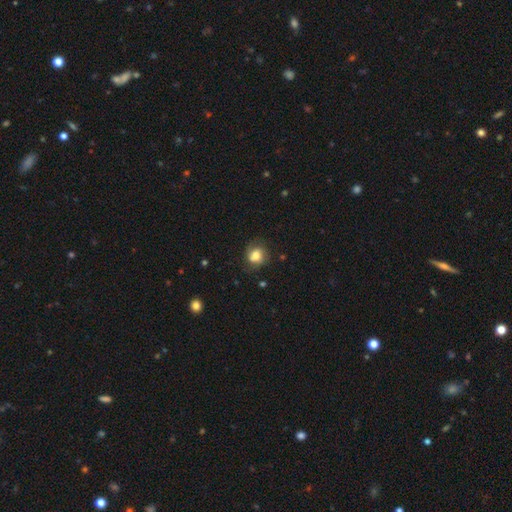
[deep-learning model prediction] smooth 70%, featured or disk 20%, star or artifact 10%. Down the decision tree: how rounded — round (69%); merging — none (69%).